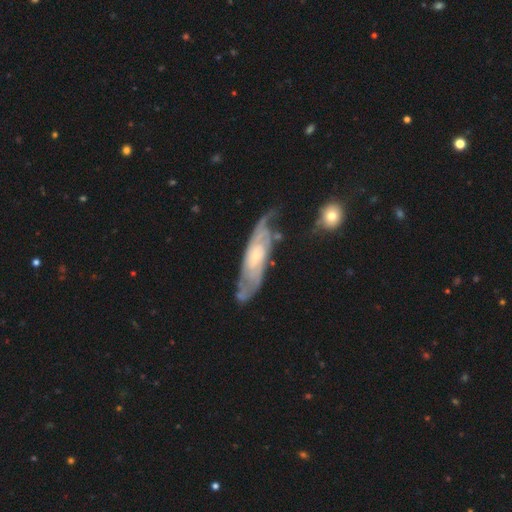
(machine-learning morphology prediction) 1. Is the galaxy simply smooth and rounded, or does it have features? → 79% featured or disk, 15% smooth, 5% star or artifact.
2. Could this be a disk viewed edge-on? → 83% no, 17% yes.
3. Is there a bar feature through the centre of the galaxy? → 68% no, 26% weak, 6% strong.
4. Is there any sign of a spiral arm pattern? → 90% yes, 10% no.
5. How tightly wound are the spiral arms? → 59% tight, 31% medium, 10% loose.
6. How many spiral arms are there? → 49% can't tell, 33% 2, 7% 3, 4% 4, 4% 1, 3% more than 4.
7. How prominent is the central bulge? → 66% small, 27% moderate, 3% none, 2% large, 1% dominant.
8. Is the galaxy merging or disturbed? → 57% none, 24% minor disturbance, 13% major disturbance, 6% merger.